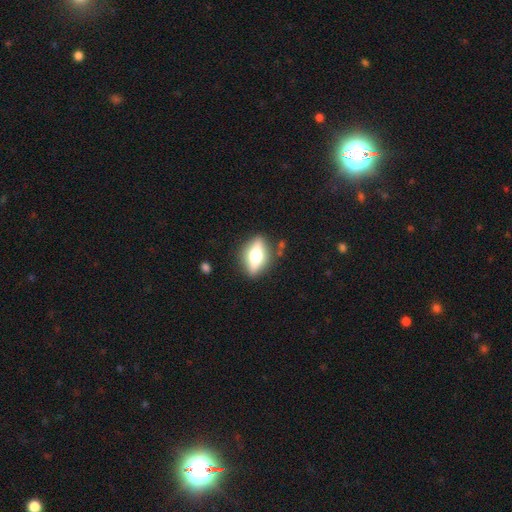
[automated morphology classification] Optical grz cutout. It shows a featured or disk galaxy (54%) viewed edge-on (82%). Merging: none (84%).